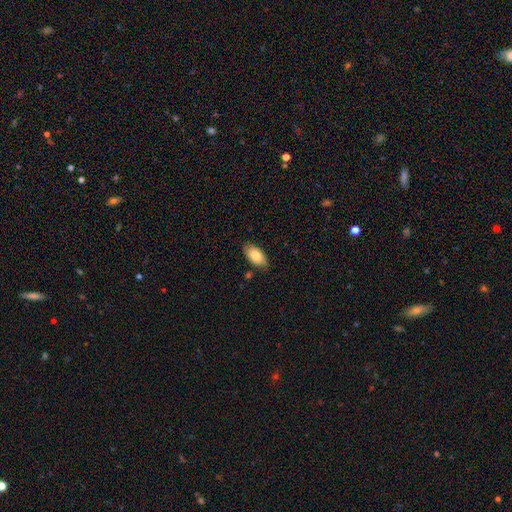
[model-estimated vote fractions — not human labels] smooth 83%, featured or disk 11%, star or artifact 6%. Down the decision tree: how rounded — in between (94%); merging — none (80%).